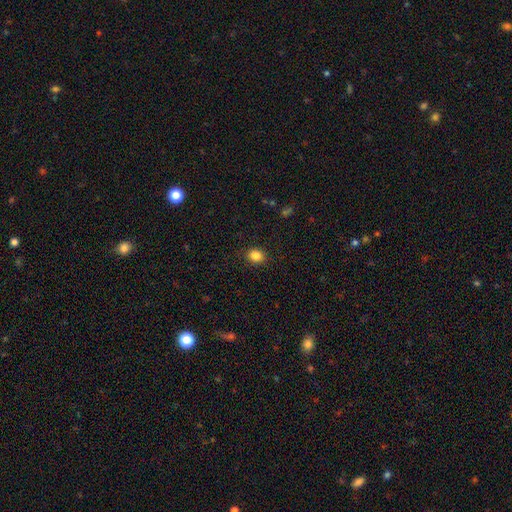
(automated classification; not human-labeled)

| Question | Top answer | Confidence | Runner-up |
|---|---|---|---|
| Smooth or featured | smooth | 84% | star or artifact (11%) |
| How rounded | round | 59% | in between (40%) |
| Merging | none | 90% | minor disturbance (7%) |